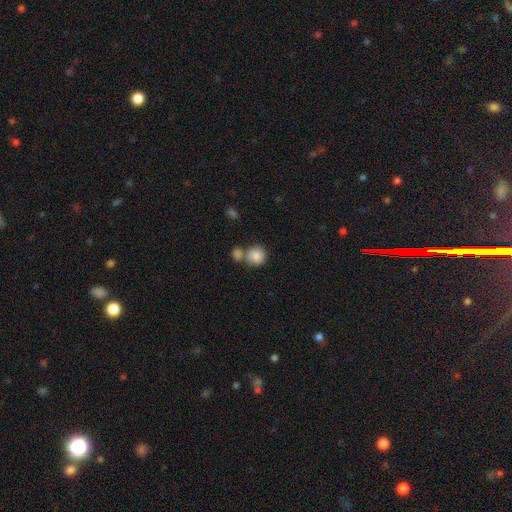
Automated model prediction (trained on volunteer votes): This is clearly a smooth galaxy (85%). How rounded: clearly round (88%). Merging: possibly none (48%).